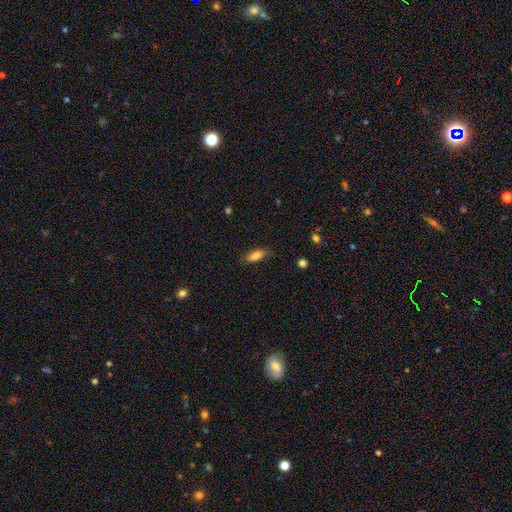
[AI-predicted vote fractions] smooth 79%, featured or disk 13%, star or artifact 7%. Down the decision tree: how rounded — in between (67%); merging — none (81%).